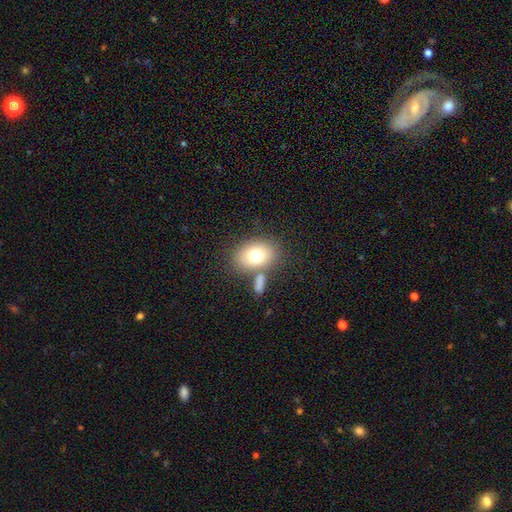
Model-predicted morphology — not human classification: Smooth or featured? smooth (75%)
How rounded? in between (72%)
Merging? none (66%)